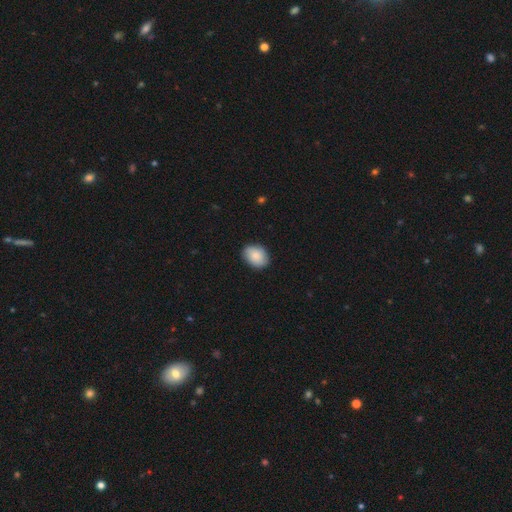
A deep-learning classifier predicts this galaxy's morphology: Smooth or featured: smooth — 84% (featured or disk — 10%)
How rounded: in between — 68% (round — 31%)
Merging: none — 85% (minor disturbance — 12%)